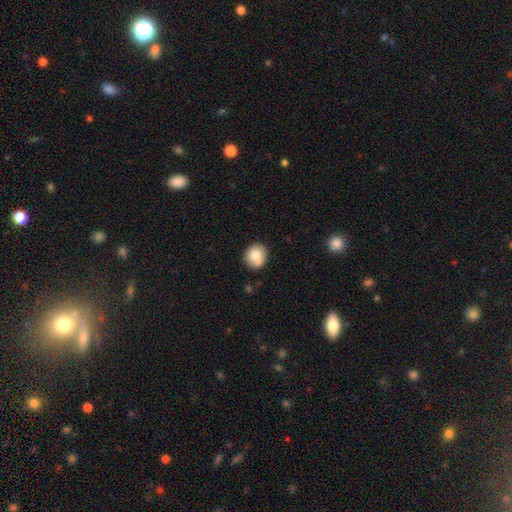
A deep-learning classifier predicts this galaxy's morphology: Smooth or featured: smooth — 81% (featured or disk — 11%)
How rounded: round — 81% (in between — 18%)
Merging: none — 76% (minor disturbance — 17%)